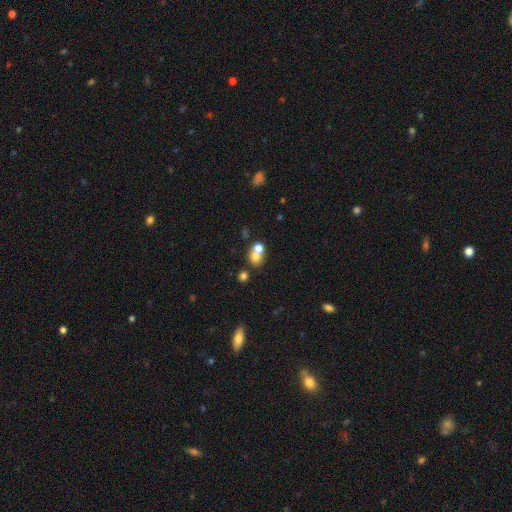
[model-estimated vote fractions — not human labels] smooth-or-featured: smooth: 70% | featured or disk: 17% | star or artifact: 13%
  how-rounded: round: 61% | in between: 38% | cigar-shaped: 1%
  merging: merger: 60% | none: 30% | minor disturbance: 7% | major disturbance: 4%